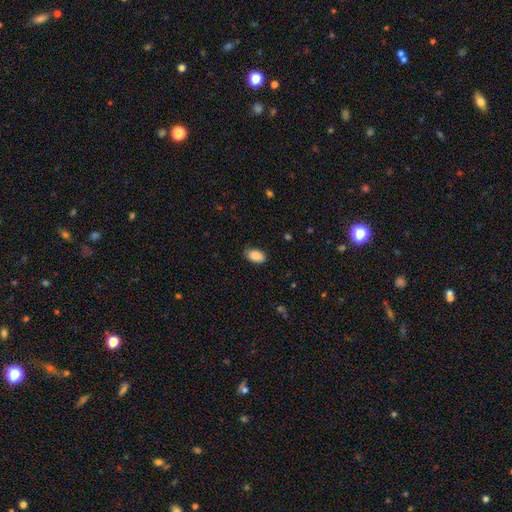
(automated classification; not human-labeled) Overall: smooth (88%). How rounded: in between (92%). Merging: none (78%).